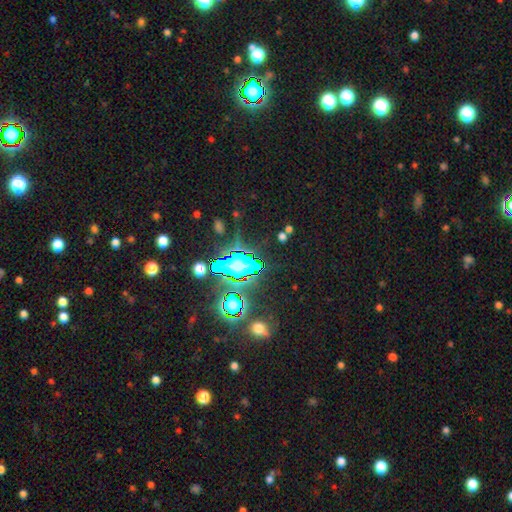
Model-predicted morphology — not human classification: Q: Smooth or featured?
A: star or artifact (80%); runner-up: smooth (12%)